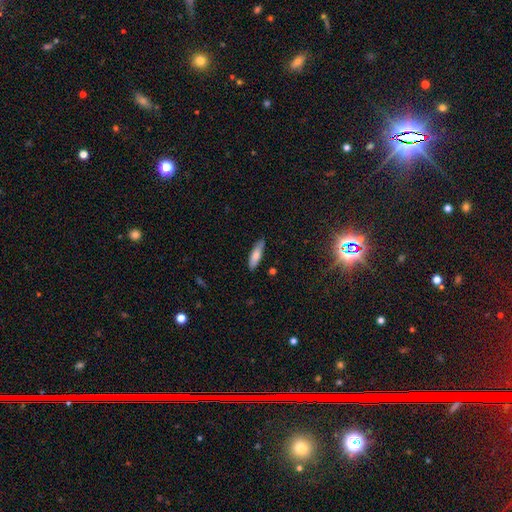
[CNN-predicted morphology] Smooth or featured? Predicted: smooth (p=0.74). How rounded? Predicted: cigar-shaped (p=0.53). Merging? Predicted: none (p=0.83).